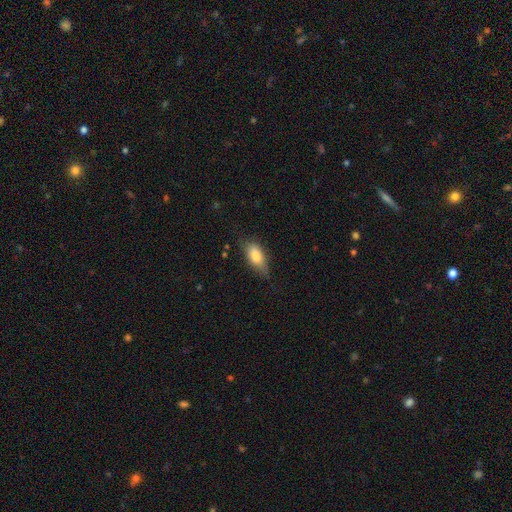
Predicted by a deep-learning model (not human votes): Overall: smooth (78%). How rounded: in between (85%). Merging: none (64%; minor disturbance 28%).